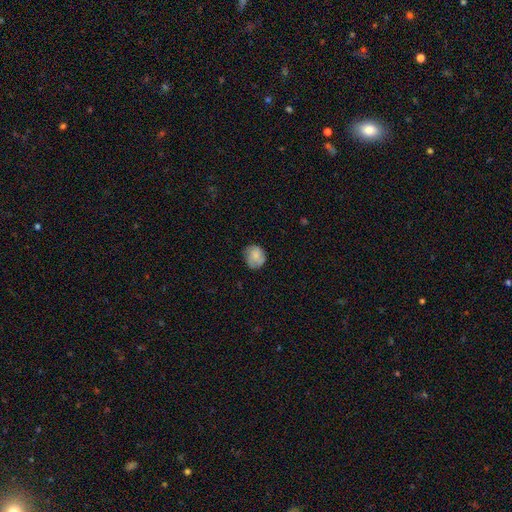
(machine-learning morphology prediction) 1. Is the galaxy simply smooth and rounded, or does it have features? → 78% smooth, 14% featured or disk, 7% star or artifact.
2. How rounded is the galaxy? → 77% round, 22% in between, 1% cigar-shaped.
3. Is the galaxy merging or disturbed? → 73% none, 22% minor disturbance, 4% major disturbance, 1% merger.